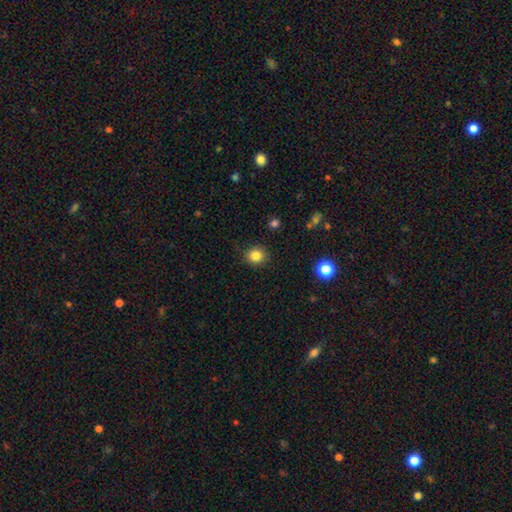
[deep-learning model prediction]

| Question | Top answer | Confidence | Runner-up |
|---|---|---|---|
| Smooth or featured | smooth | 83% | star or artifact (12%) |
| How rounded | round | 86% | in between (13%) |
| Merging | none | 90% | minor disturbance (7%) |